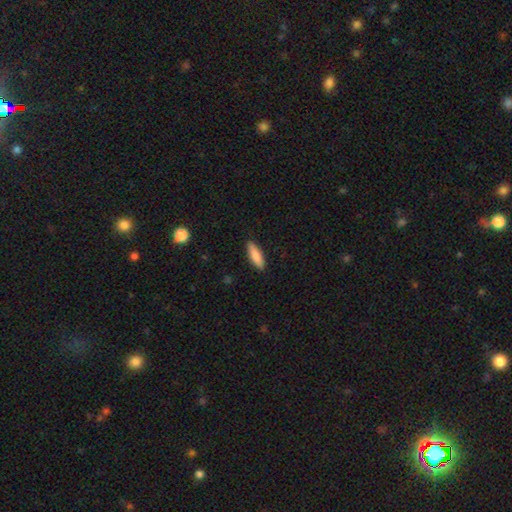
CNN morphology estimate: Smooth or featured? smooth (81%)
How rounded? cigar-shaped (58%)
Merging? none (89%)